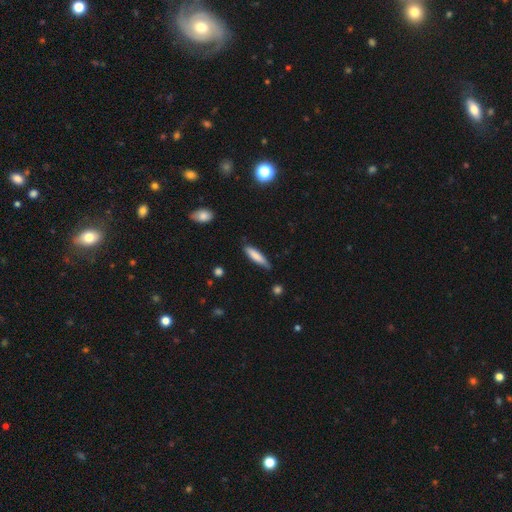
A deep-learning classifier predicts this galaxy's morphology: Overall: smooth (80%). How rounded: cigar-shaped (77%). Merging: none (74%).